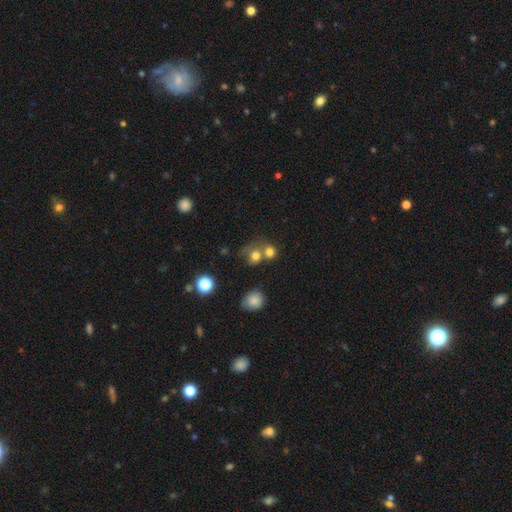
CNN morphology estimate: Smooth or featured?
  - smooth: 75% *
  - star or artifact: 15%
  - featured or disk: 10%
How rounded?
  - round: 79% *
  - in between: 20%
  - cigar-shaped: 1%
Merging?
  - none: 46% *
  - merger: 39%
  - minor disturbance: 10%
  - major disturbance: 5%